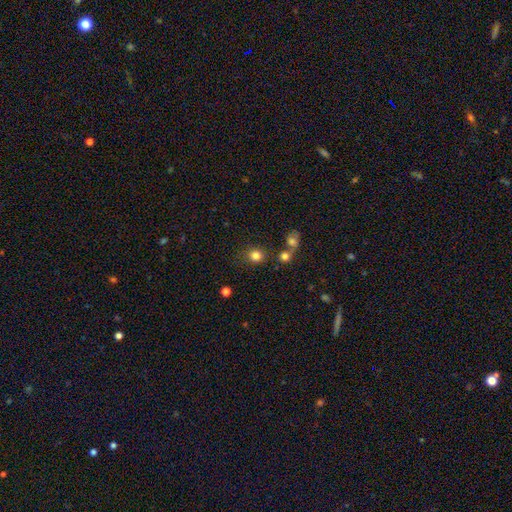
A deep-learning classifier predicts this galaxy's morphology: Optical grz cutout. It shows a smooth galaxy with no disk features (82%) that is round (82%). Merging: none (76%).